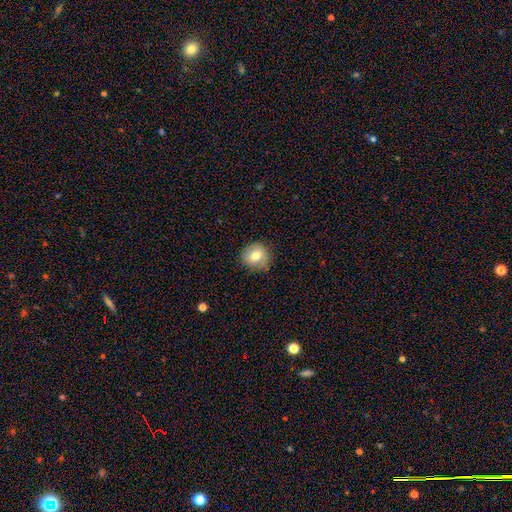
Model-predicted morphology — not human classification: type=smooth (72%); roundness=round (88%); merging=none (83%).